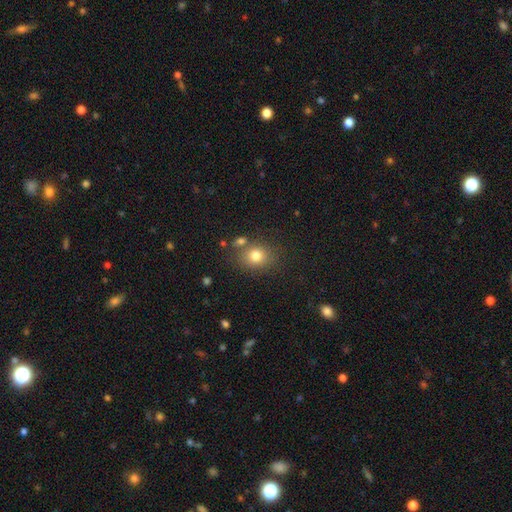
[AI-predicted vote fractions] This appears to be a smooth galaxy with no disk features (78%) that is round (63%). Merging: none (71%).